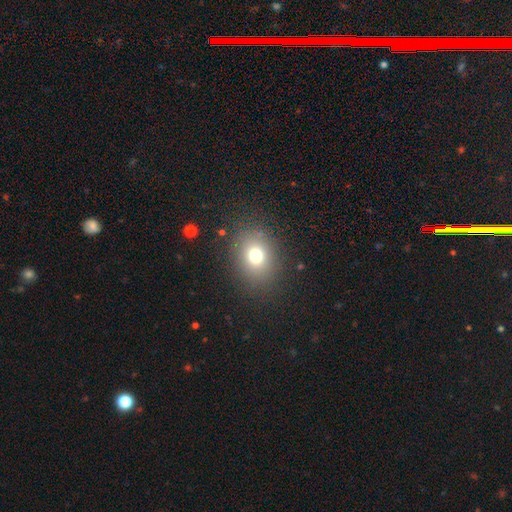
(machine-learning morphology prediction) Smooth or featured?
  - smooth: 74% *
  - star or artifact: 16%
  - featured or disk: 11%
How rounded?
  - round: 55% *
  - in between: 44%
  - cigar-shaped: 1%
Merging?
  - none: 84% *
  - minor disturbance: 9%
  - major disturbance: 5%
  - merger: 1%